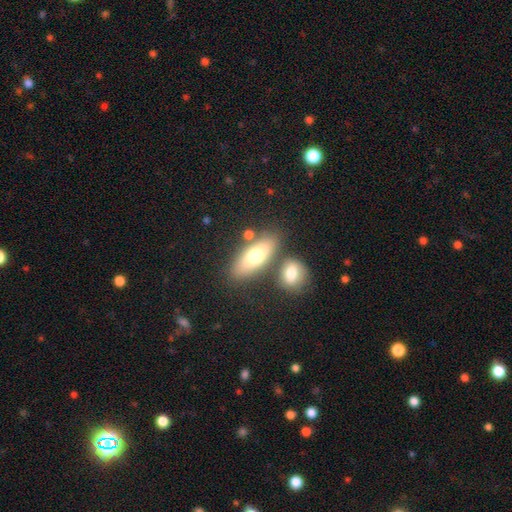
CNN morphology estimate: Smooth or featured? smooth (68%)
How rounded? in between (72%)
Merging? none (68%)